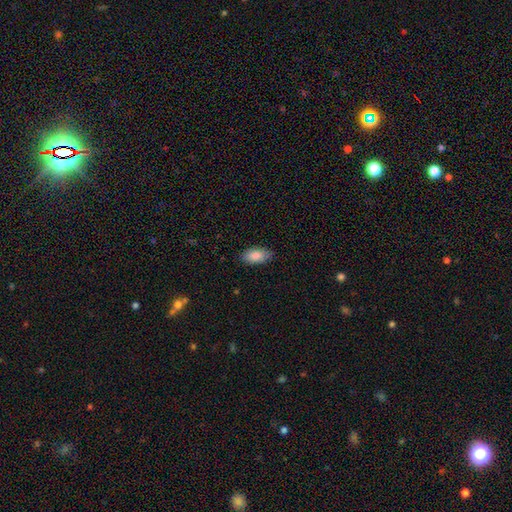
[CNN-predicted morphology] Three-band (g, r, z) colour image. It shows a smooth galaxy with no disk features (86%) that is in between round and cigar-shaped (93%). Merging: none (84%).